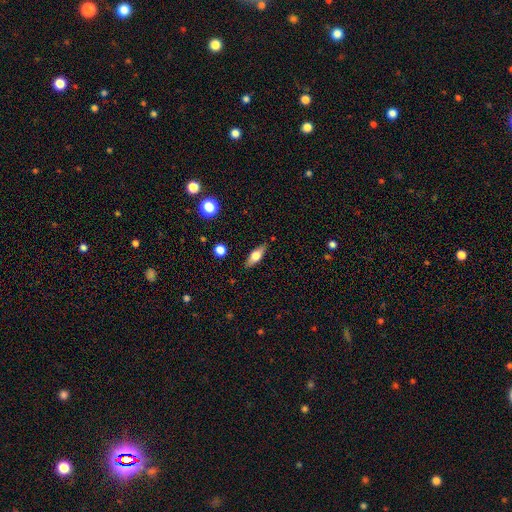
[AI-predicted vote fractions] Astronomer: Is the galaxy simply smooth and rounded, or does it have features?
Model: smooth — 59%.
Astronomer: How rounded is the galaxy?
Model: in between — 63%.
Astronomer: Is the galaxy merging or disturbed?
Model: none — 86%.